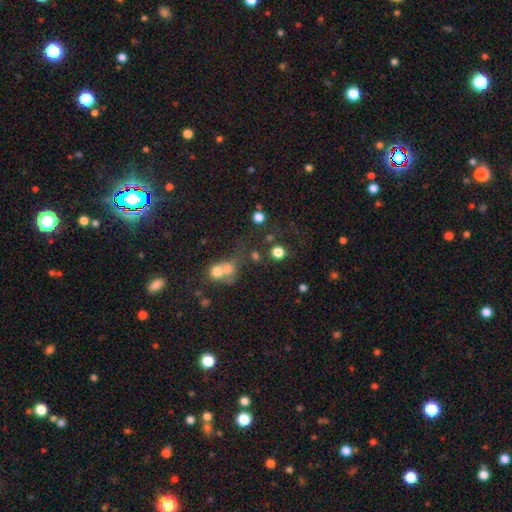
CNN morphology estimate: Smooth or featured: smooth — 49% (star or artifact — 35%)
Merging: merger — 45% (none — 39%)